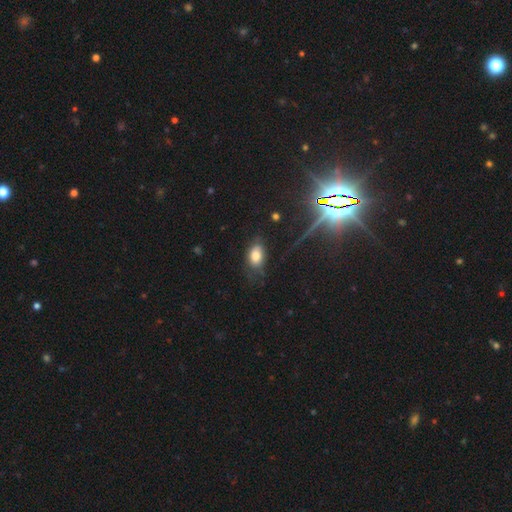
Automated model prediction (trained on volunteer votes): A smooth galaxy with no disk features (74%) that is in between round and cigar-shaped (88%). Merging: none (63%).